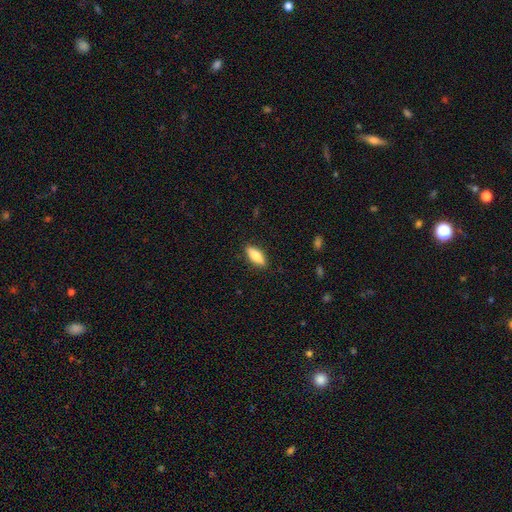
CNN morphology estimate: The model was most divided on "how rounded": in between: 67%, cigar-shaped: 30%, round: 2%. More confident: merging — none (88%); smooth or featured — smooth (76%).